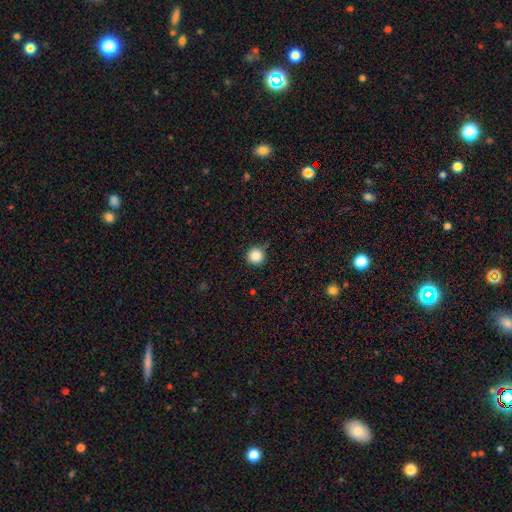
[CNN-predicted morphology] smooth_or_featured: smooth (p=0.86) [alt: star or artifact p=0.10]
how_rounded: round (p=0.96) [alt: in between p=0.03]
merging: none (p=0.86) [alt: minor disturbance p=0.10]